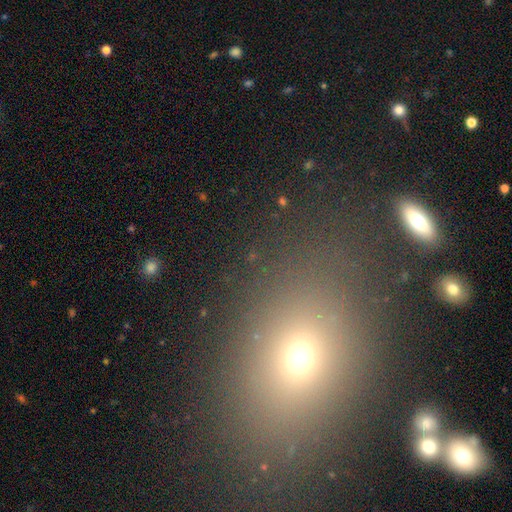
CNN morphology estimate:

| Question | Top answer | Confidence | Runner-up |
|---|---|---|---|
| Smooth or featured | smooth | 55% | star or artifact (32%) |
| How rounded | in between | 49% | round (48%) |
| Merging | none | 81% | minor disturbance (9%) |